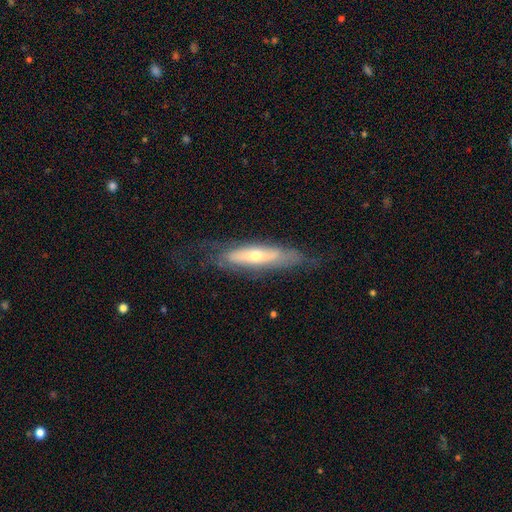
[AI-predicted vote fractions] Smooth or featured: featured or disk — 63% (smooth — 30%)
Edge-on disk: yes — 55% (no — 45%)
Merging: none — 65% (minor disturbance — 22%)